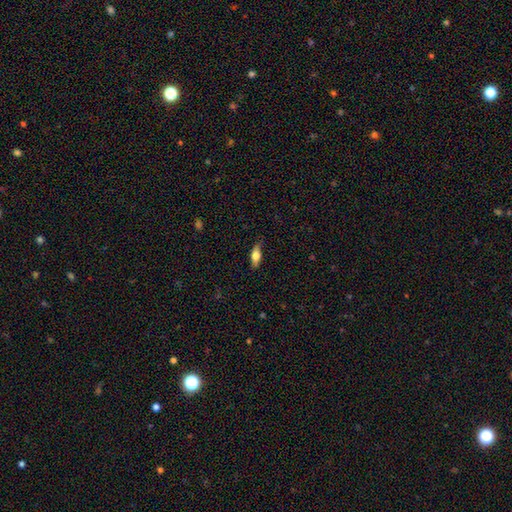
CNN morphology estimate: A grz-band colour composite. It shows a smooth galaxy with no disk features (65%) that is in between round and cigar-shaped (71%). Merging: none (80%).